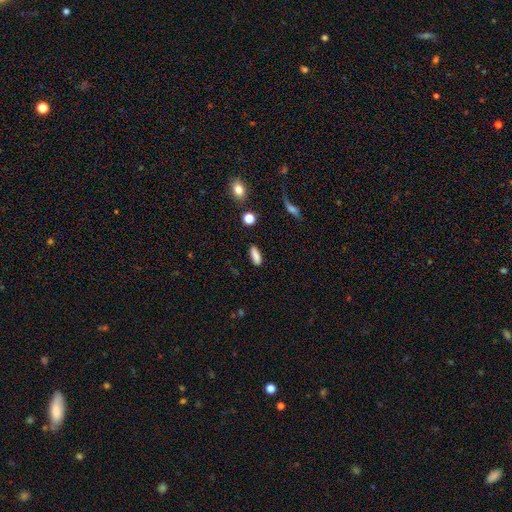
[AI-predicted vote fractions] The model was most divided on "how rounded": in between: 56%, cigar-shaped: 41%, round: 3%. More confident: smooth or featured — smooth (85%); merging — none (85%).